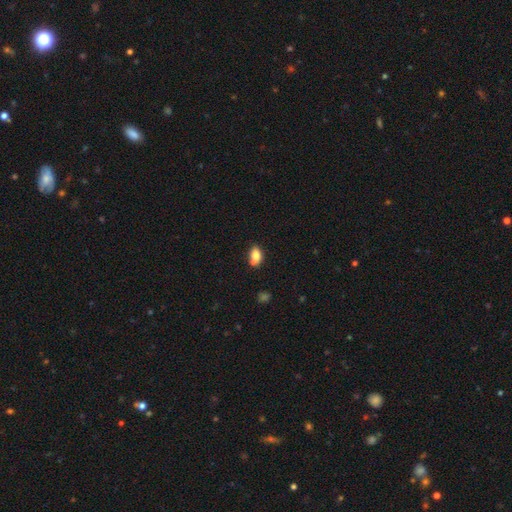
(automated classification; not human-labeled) Smooth or featured: smooth — 79% (featured or disk — 12%)
How rounded: in between — 83% (round — 15%)
Merging: none — 53% (merger — 24%)